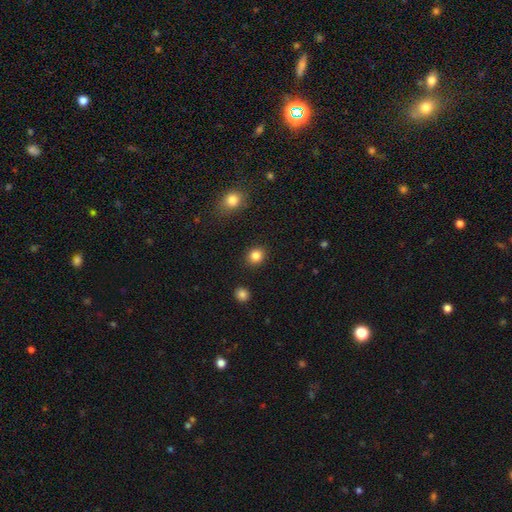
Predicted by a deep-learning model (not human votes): Morphology: type=smooth (85%); roundness=round (79%); merging=none (90%).